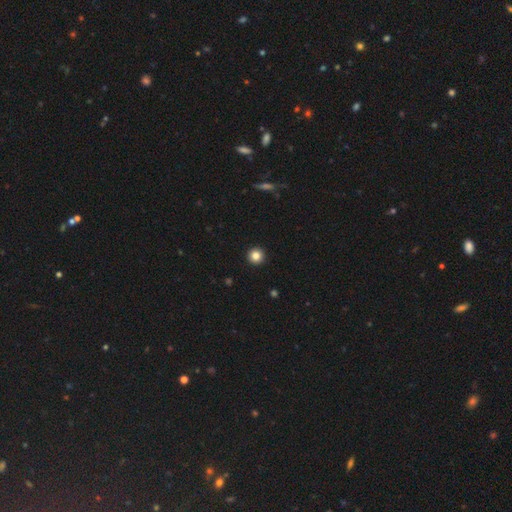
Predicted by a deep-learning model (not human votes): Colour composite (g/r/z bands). It shows a smooth galaxy with no disk features (84%) that is round (96%). Merging: none (94%).